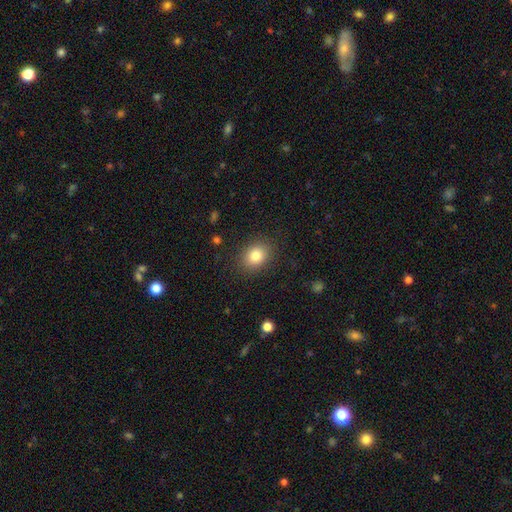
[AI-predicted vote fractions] Overall: smooth (83%). How rounded: in between (50%; round 49%). Merging: none (87%).